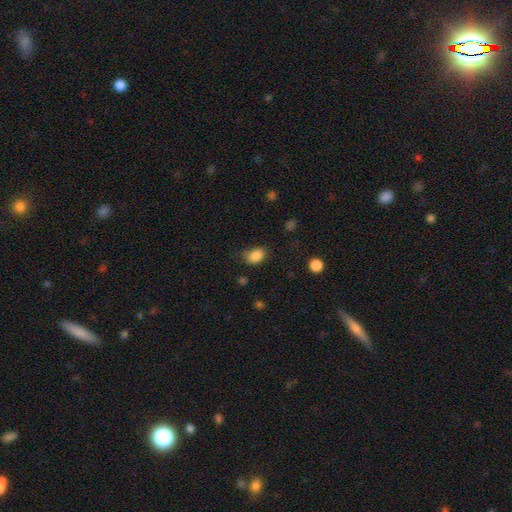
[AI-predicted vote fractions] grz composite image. It shows a smooth galaxy with no disk features (86%) that is in between round and cigar-shaped (78%). Merging: none (67%).